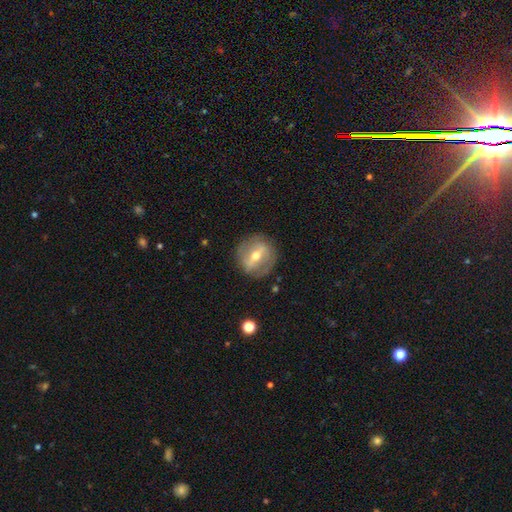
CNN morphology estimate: The model was most divided on "spiral arms": no: 62%, yes: 38%. More confident: edge-on disk — no (87%); merging — none (81%); smooth or featured — featured or disk (68%); bulge size — moderate (66%); bar — strong (57%).